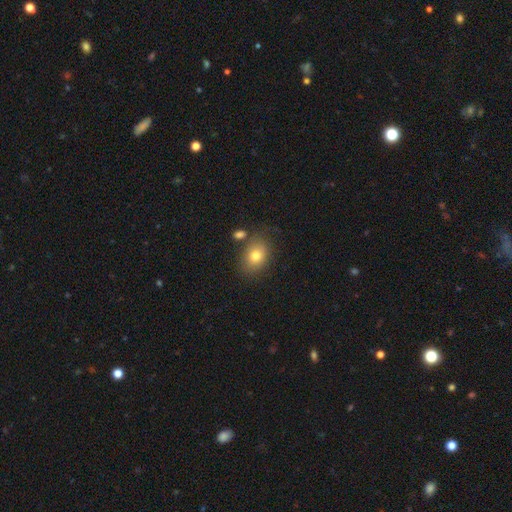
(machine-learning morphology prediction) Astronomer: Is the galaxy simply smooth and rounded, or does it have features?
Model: smooth — 77%.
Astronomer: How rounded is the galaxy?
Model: in between — 65%.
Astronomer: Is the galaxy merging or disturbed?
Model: none — 72%.